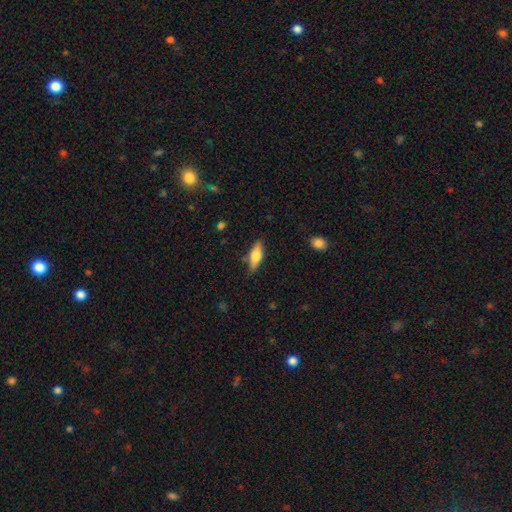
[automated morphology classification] Q: Smooth or featured?
A: smooth (56%); runner-up: featured or disk (37%)
Q: How rounded?
A: in between (60%); runner-up: cigar-shaped (37%)
Q: Merging?
A: none (84%); runner-up: minor disturbance (12%)